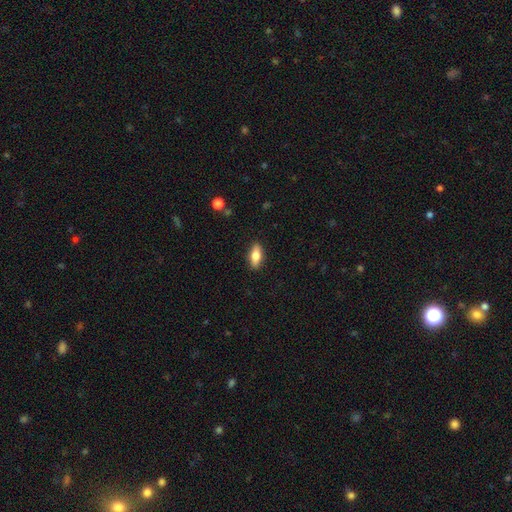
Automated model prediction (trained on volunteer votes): Smooth or featured? smooth (72%)
How rounded? in between (75%)
Merging? none (88%)